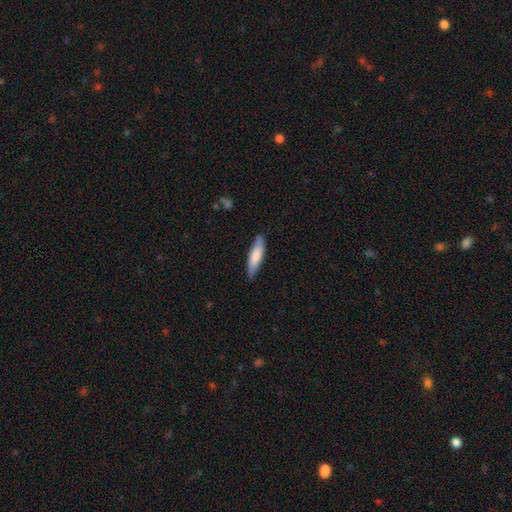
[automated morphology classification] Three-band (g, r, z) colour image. It shows a smooth galaxy with no disk features (76%) that is cigar-shaped (73%). Merging: none (83%).